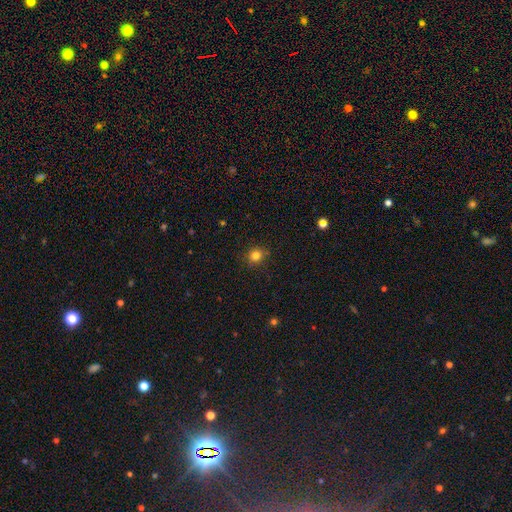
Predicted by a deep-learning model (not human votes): Smooth or featured? Predicted: smooth (p=0.81). How rounded? Predicted: round (p=0.87). Merging? Predicted: none (p=0.87).